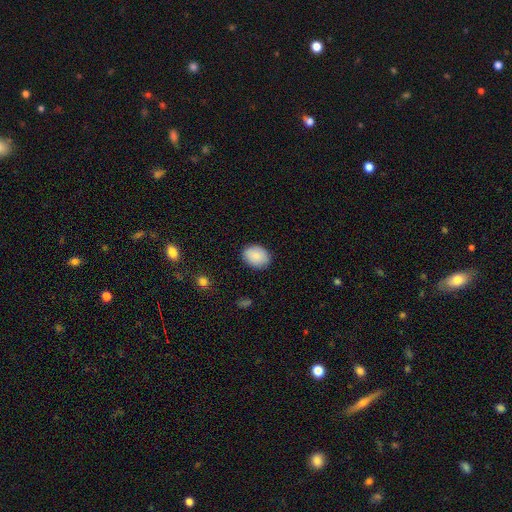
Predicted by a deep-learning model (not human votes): Smooth or featured? smooth (88%)
How rounded? in between (70%)
Merging? none (87%)